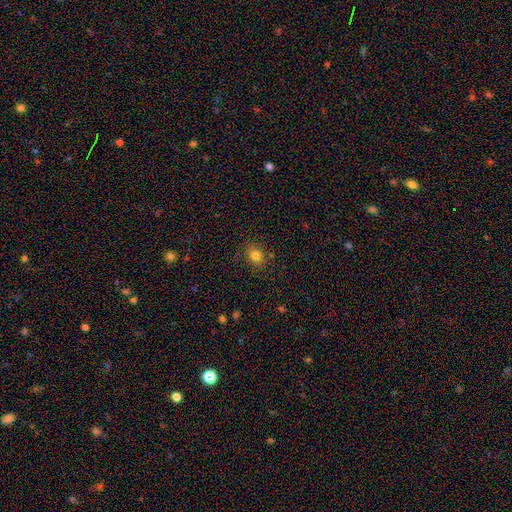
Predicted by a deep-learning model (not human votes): Smooth or featured: smooth — 80% (star or artifact — 13%)
How rounded: round — 59% (in between — 40%)
Merging: none — 81% (minor disturbance — 12%)